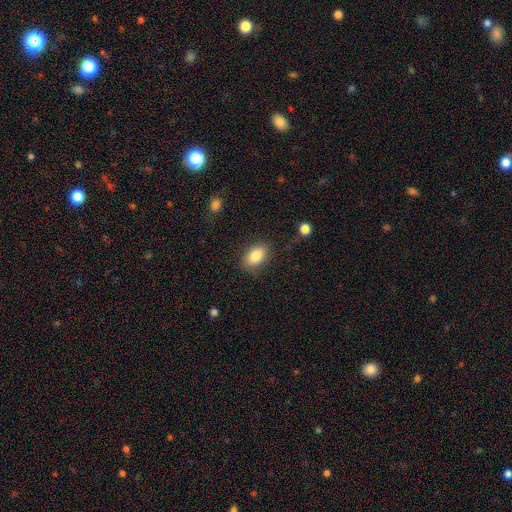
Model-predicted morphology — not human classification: Smooth or featured?
  - smooth: 85% *
  - star or artifact: 8%
  - featured or disk: 7%
How rounded?
  - in between: 88% *
  - round: 10%
  - cigar-shaped: 2%
Merging?
  - none: 83% *
  - minor disturbance: 12%
  - major disturbance: 4%
  - merger: 2%